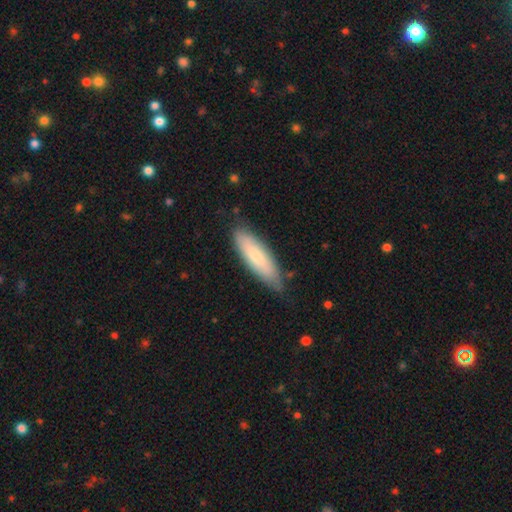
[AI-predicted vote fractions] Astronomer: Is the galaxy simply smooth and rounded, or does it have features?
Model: smooth — 68%.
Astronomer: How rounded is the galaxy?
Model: cigar-shaped — 53% (runner-up: in between, 46%).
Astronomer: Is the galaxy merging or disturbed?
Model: none — 77%.